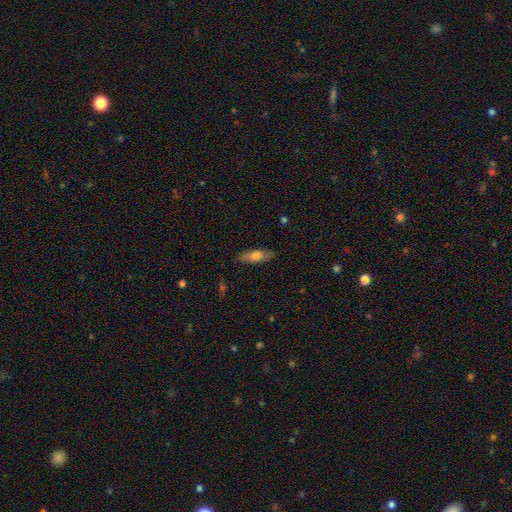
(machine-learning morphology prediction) Smooth or featured: smooth — 69% (featured or disk — 25%)
How rounded: in between — 50% (cigar-shaped — 48%)
Merging: none — 85% (minor disturbance — 11%)